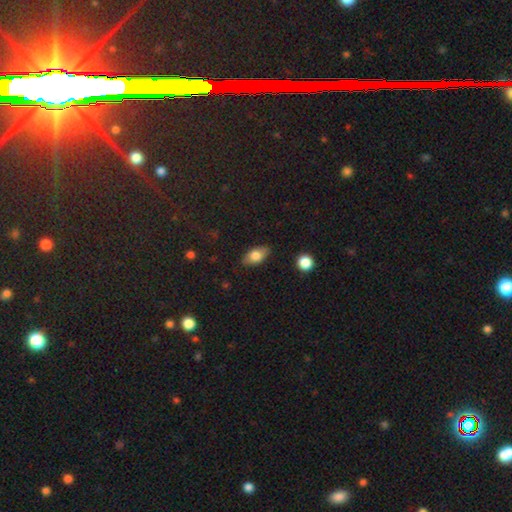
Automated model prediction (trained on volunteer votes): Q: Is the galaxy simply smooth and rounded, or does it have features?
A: smooth — 76%.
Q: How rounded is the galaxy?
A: in between — 88%.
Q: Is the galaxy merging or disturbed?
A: none — 83%.